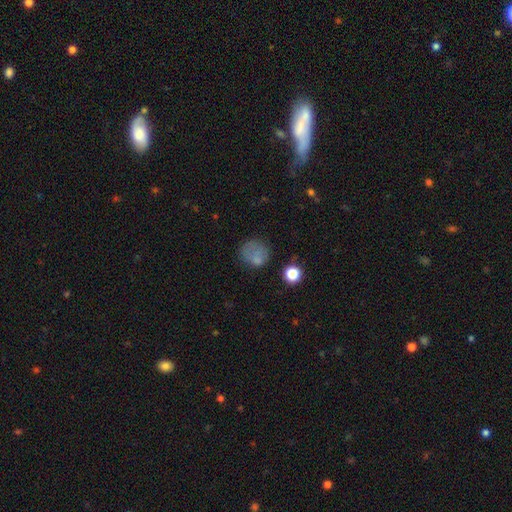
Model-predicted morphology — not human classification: smooth 72%, star or artifact 15%, featured or disk 13%. Down the decision tree: how rounded — round (78%); merging — none (54%).